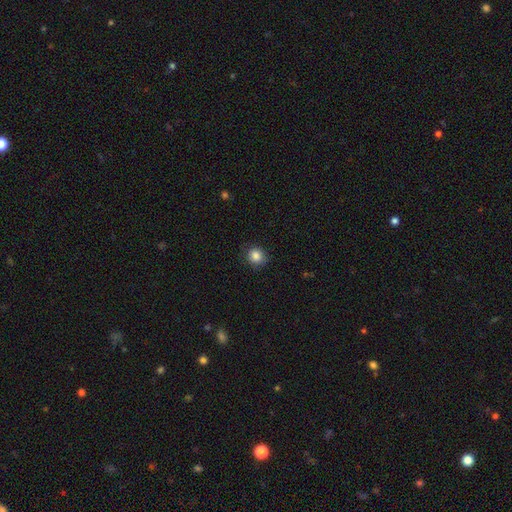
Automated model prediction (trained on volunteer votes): A smooth galaxy with no disk features (86%) that is round (83%).

Vote fractions:
- Smooth or featured? smooth: 86% / star or artifact: 10% / featured or disk: 4%
- How rounded? round: 83% / in between: 17% / cigar-shaped: 1%
- Merging? none: 84% / minor disturbance: 12% / major disturbance: 3% / merger: 1%